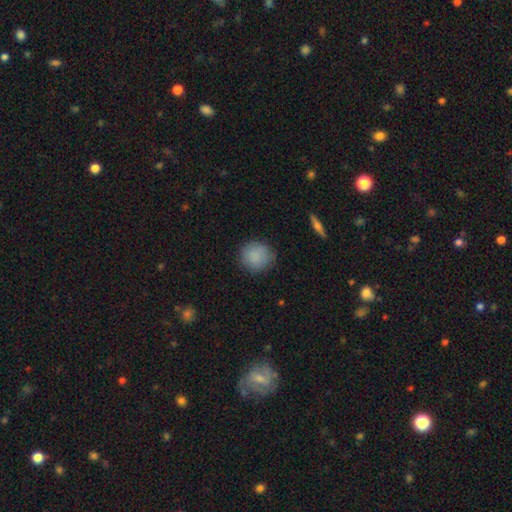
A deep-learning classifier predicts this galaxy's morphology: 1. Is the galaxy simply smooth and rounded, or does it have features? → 87% smooth, 8% star or artifact, 5% featured or disk.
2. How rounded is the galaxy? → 92% round, 7% in between, 1% cigar-shaped.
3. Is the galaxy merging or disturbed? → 85% none, 11% minor disturbance, 3% major disturbance, 1% merger.